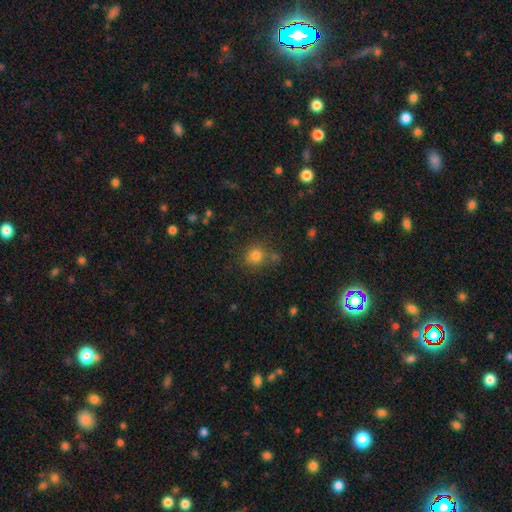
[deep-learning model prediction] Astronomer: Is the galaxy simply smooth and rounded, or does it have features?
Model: smooth — 80%.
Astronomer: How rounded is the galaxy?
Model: round — 82%.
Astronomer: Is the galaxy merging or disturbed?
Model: none — 71%.